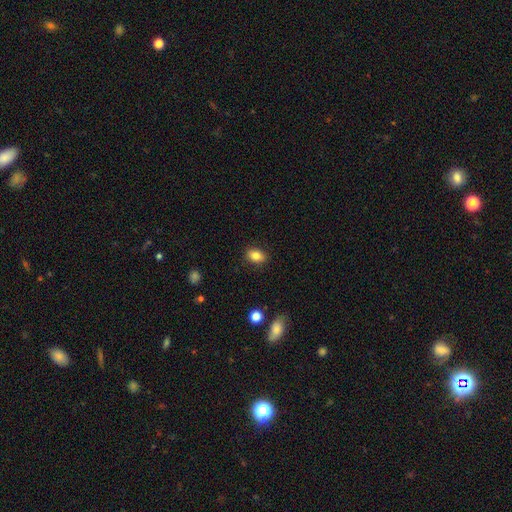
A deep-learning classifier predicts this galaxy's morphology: Overall: smooth (84%). How rounded: in between (76%). Merging: none (87%).